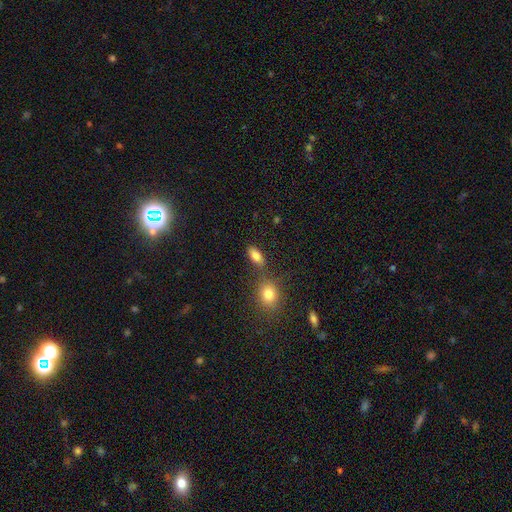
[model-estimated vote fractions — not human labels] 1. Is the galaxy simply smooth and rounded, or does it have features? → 82% smooth, 10% star or artifact, 8% featured or disk.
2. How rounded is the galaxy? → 84% in between, 10% cigar-shaped, 6% round.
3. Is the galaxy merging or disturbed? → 68% none, 15% merger, 13% minor disturbance, 4% major disturbance.